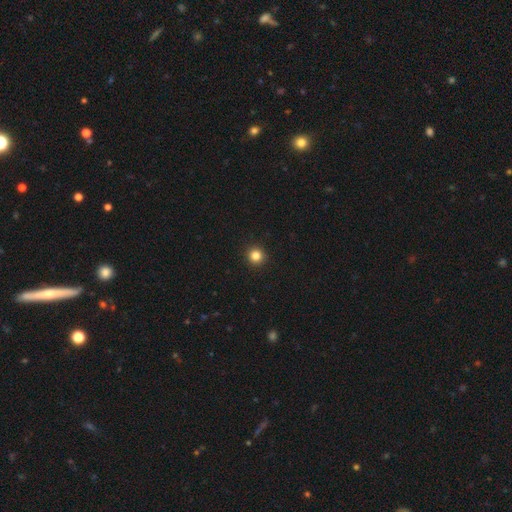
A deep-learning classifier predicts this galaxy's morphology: Q: Smooth or featured?
A: smooth (84%); runner-up: star or artifact (12%)
Q: How rounded?
A: round (95%); runner-up: in between (4%)
Q: Merging?
A: none (94%); runner-up: minor disturbance (4%)